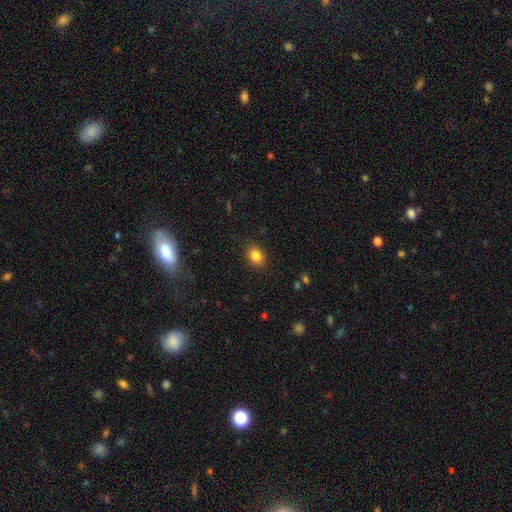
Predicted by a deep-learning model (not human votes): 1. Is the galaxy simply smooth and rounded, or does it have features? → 84% smooth, 10% star or artifact, 5% featured or disk.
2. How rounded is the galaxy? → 54% in between, 45% round, 1% cigar-shaped.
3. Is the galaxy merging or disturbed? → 86% none, 10% minor disturbance, 3% major disturbance, 1% merger.